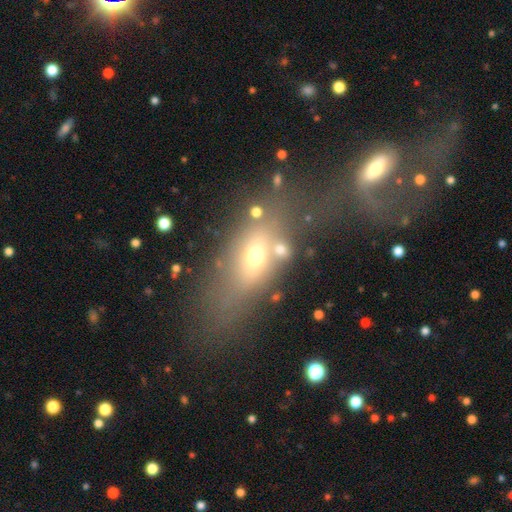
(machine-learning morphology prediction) Smooth or featured? Predicted: smooth (p=0.54). How rounded? Predicted: in between (p=0.68). Merging? Predicted: none (p=0.43).